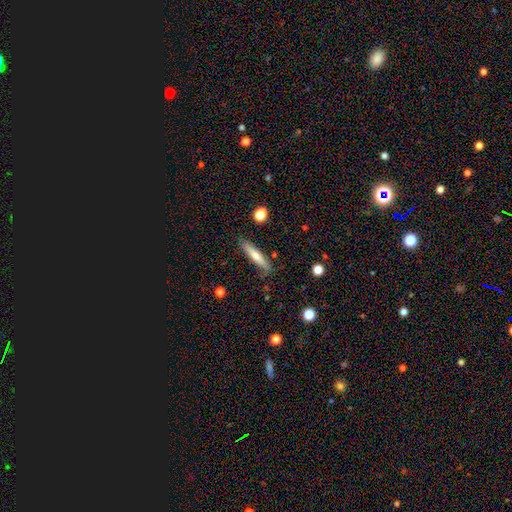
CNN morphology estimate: Overall: smooth (65%; featured or disk 29%). How rounded: cigar-shaped (89%). Merging: none (83%).